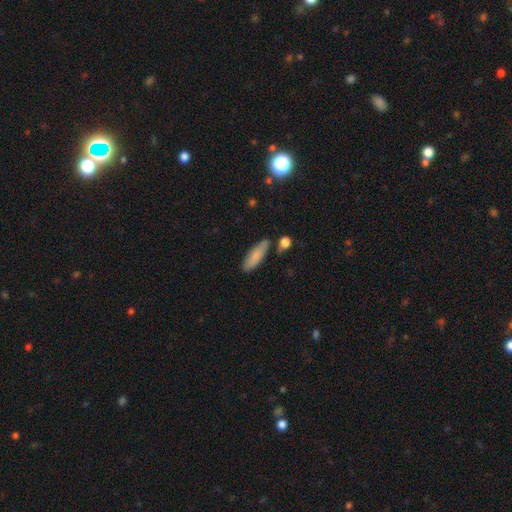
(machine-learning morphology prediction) Overall: smooth (82%). How rounded: in between (51%; cigar-shaped 47%). Merging: none (76%).